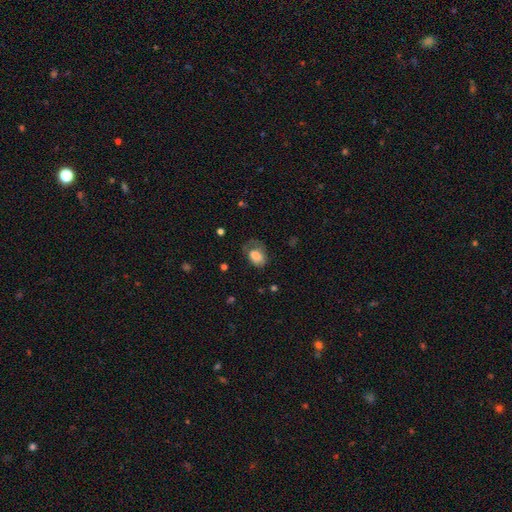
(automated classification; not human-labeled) The model was most divided on "merging": none: 37%, major disturbance: 33%, minor disturbance: 28%, merger: 2%. More confident: how rounded — in between (74%); smooth or featured — smooth (73%).